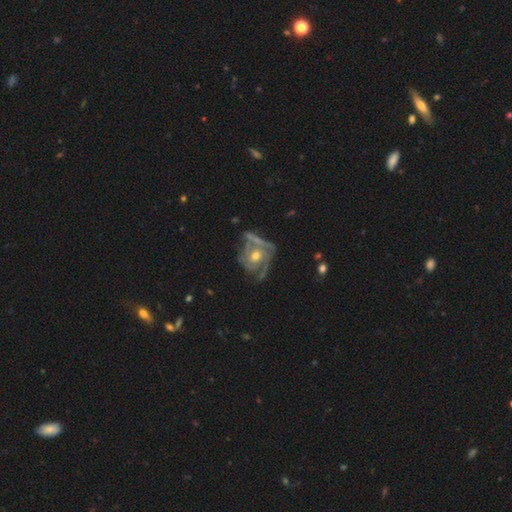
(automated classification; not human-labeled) Smooth or featured? featured or disk (81%)
Edge-on disk? no (96%)
Bar? no (74%)
Spiral arms? yes (84%)
Spiral winding? tight (52%)
Spiral arm count? can't tell (32%)
Bulge size? moderate (68%)
Merging? none (47%)